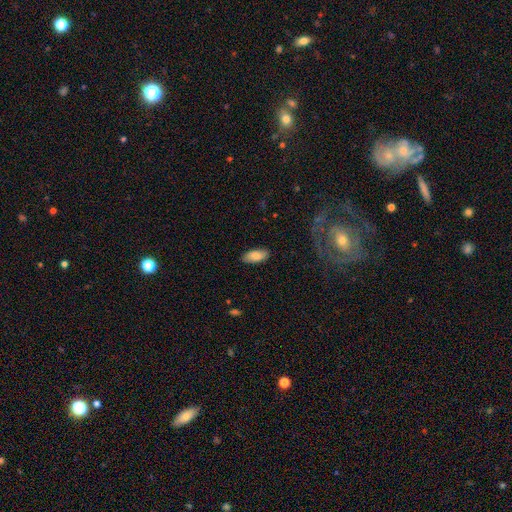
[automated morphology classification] Q: Smooth or featured?
A: smooth (81%); runner-up: featured or disk (13%)
Q: How rounded?
A: in between (90%); runner-up: cigar-shaped (8%)
Q: Merging?
A: none (86%); runner-up: minor disturbance (11%)